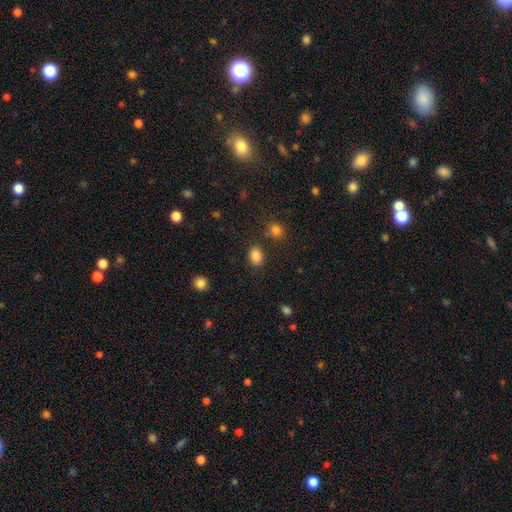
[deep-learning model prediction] smooth_or_featured: smooth (p=0.86) [alt: star or artifact p=0.10]
how_rounded: in between (p=0.75) [alt: round p=0.24]
merging: none (p=0.83) [alt: minor disturbance p=0.10]